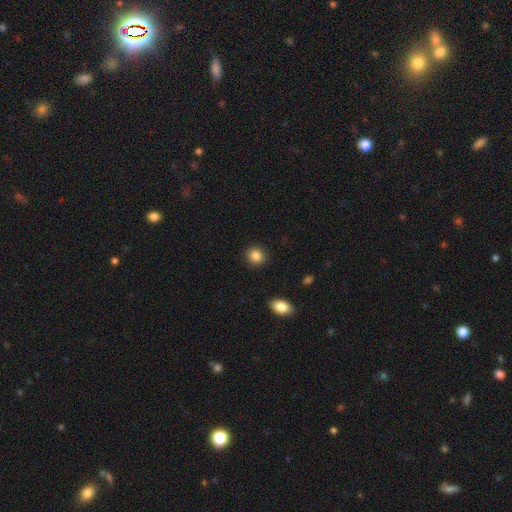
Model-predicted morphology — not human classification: A smooth galaxy with no disk features (87%) that is round (77%). Merging: none (91%).